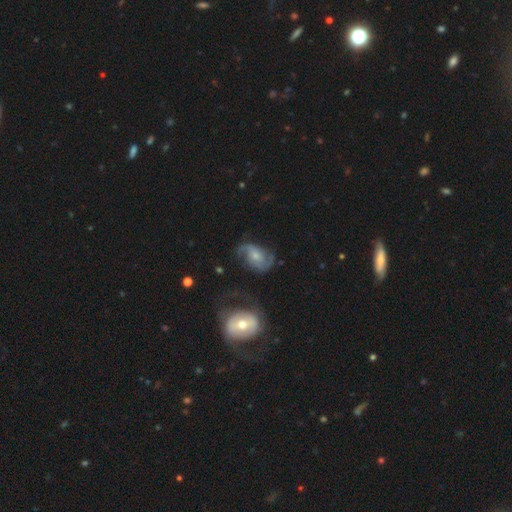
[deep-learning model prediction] A featured or disk galaxy (78%) with no bar (59%), 2 (82%) medium (45%) spiral arms (93%) and a small central bulge (56%).

Vote fractions:
- Smooth or featured? featured or disk: 78% / smooth: 16% / star or artifact: 7%
- Edge-on disk? no: 97% / yes: 3%
- Bar? no: 59% / weak: 34% / strong: 7%
- Spiral arms? yes: 93% / no: 7%
- Spiral winding? medium: 45% / loose: 38% / tight: 17%
- Spiral arm count? 2: 82% / can't tell: 7% / 1: 4% / 3: 4% / 4: 1% / more than 4: 1%
- Bulge size? small: 56% / moderate: 35% / none: 4% / large: 3% / dominant: 1%
- Merging? none: 56% / minor disturbance: 22% / major disturbance: 17% / merger: 6%